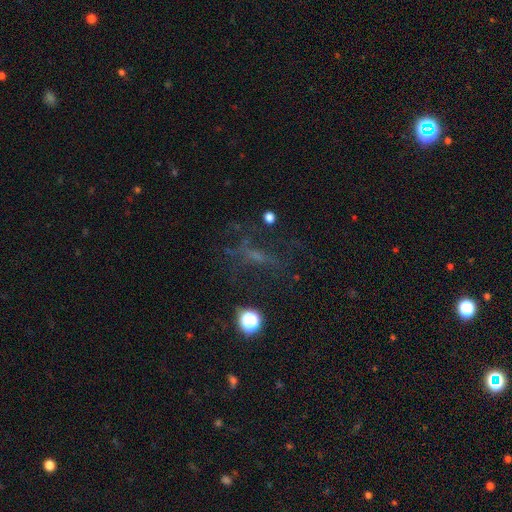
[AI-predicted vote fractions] Morphology: type=featured or disk (37%, tied with star or artifact); merging=none (53%).